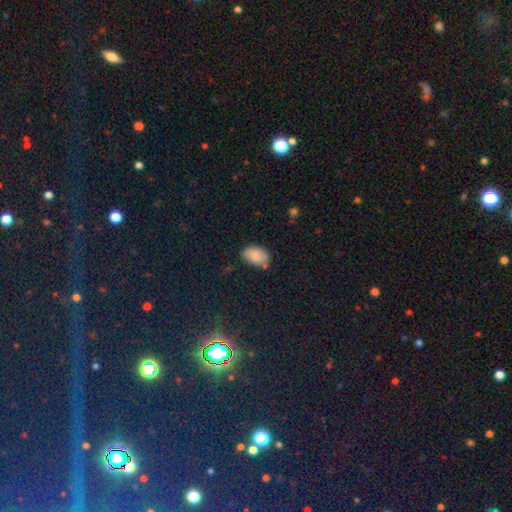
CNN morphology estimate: This is clearly a smooth galaxy (83%). How rounded: clearly in between (90%). Merging: likely none (69%).